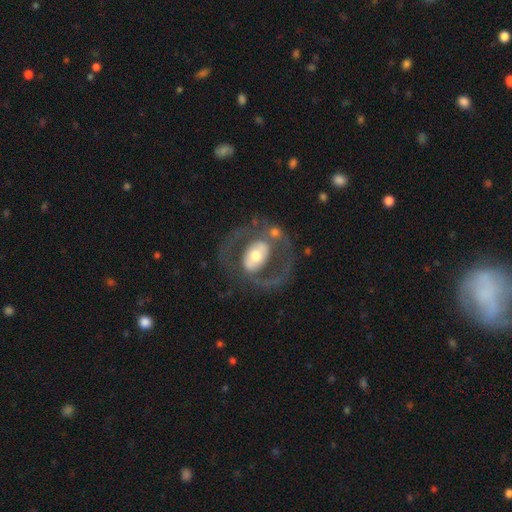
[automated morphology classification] Smooth or featured: featured or disk — 75% (smooth — 20%)
Edge-on disk: no — 95% (yes — 5%)
Bar: no — 43% (weak — 30%)
Spiral arms: yes — 55% (no — 45%)
Bulge size: moderate — 64% (large — 19%)
Merging: none — 63% (major disturbance — 18%)